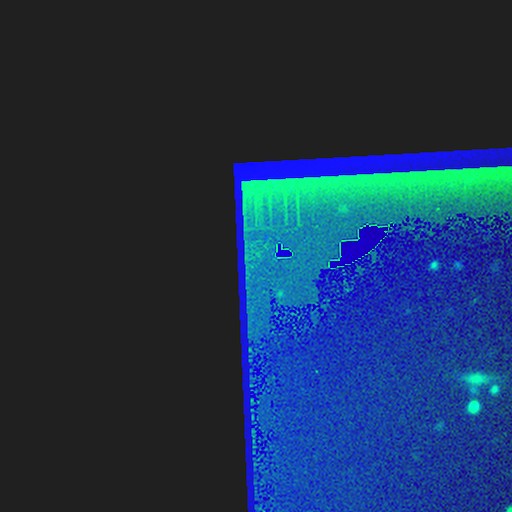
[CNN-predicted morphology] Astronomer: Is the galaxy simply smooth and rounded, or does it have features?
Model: star or artifact — 88%.